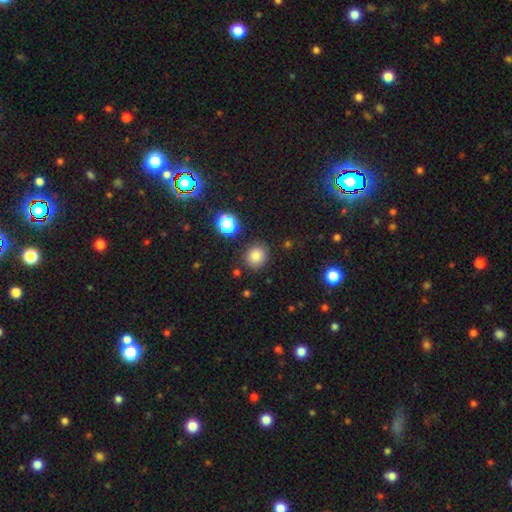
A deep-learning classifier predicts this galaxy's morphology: A smooth galaxy with no disk features (81%) that is round (80%).

Vote fractions:
- Smooth or featured? smooth: 81% / star or artifact: 14% / featured or disk: 5%
- How rounded? round: 80% / in between: 19% / cigar-shaped: 1%
- Merging? none: 85% / minor disturbance: 9% / major disturbance: 3% / merger: 3%